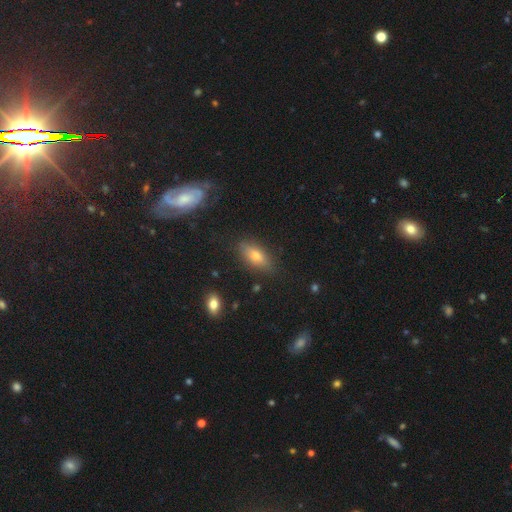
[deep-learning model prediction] smooth_or_featured: smooth (p=0.61) [alt: featured or disk p=0.28]
how_rounded: in between (p=0.78) [alt: cigar-shaped p=0.17]
merging: none (p=0.81) [alt: minor disturbance p=0.13]